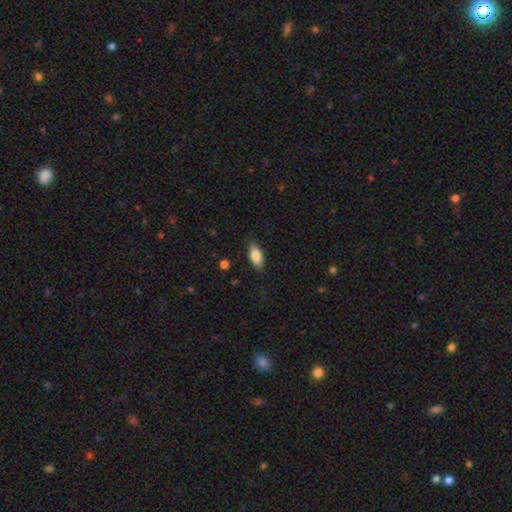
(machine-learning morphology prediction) Smooth or featured: smooth — 79% (featured or disk — 14%)
How rounded: in between — 81% (cigar-shaped — 17%)
Merging: none — 81% (minor disturbance — 14%)